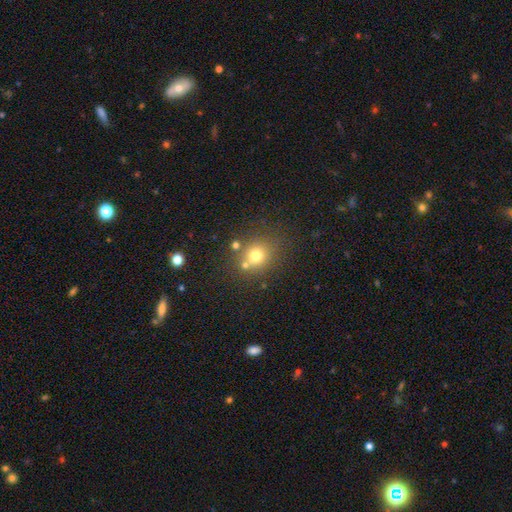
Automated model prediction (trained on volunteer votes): Smooth or featured: smooth — 71% (star or artifact — 17%)
How rounded: round — 80% (in between — 19%)
Merging: none — 68% (merger — 16%)